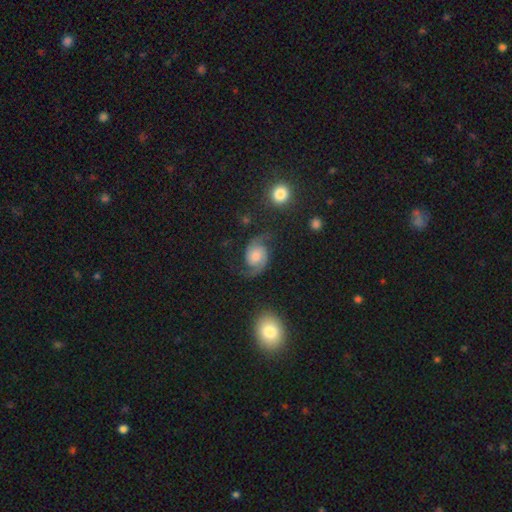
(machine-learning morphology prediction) A featured or disk galaxy (81%) with no bar (66%), 2 (93%) medium (50%) spiral arms (97%) and a moderate central bulge (43%). Merging: none (73%).